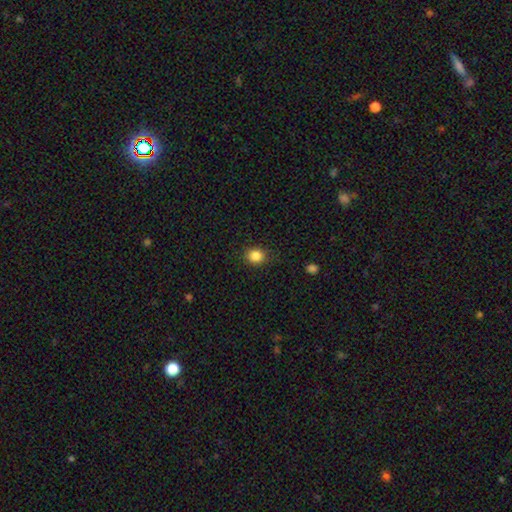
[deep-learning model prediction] smooth 85%, star or artifact 11%, featured or disk 4%. Down the decision tree: how rounded — round (74%); merging — none (87%).